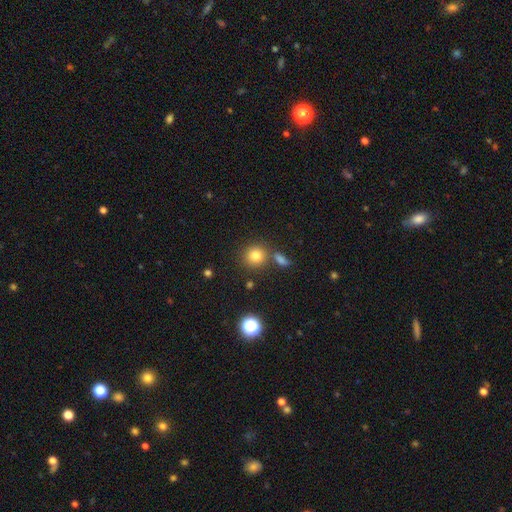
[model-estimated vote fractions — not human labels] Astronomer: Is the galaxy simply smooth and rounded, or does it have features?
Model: smooth — 79%.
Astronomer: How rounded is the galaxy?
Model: round — 87%.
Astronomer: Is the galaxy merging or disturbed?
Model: none — 74%.